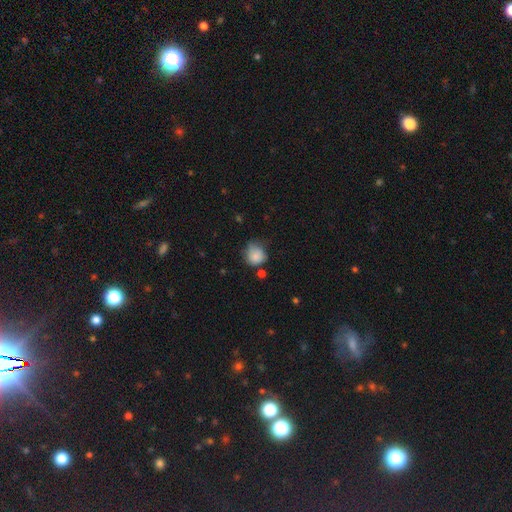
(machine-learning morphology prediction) smooth-or-featured: smooth: 82% | star or artifact: 9% | featured or disk: 9%
  how-rounded: round: 80% | in between: 19% | cigar-shaped: 1%
  merging: none: 48% | minor disturbance: 36% | major disturbance: 11% | merger: 6%